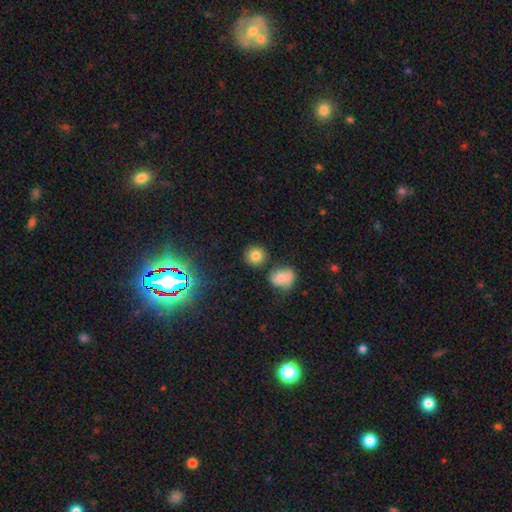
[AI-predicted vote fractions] Smooth or featured? Predicted: smooth (p=0.79). How rounded? Predicted: round (p=0.89). Merging? Predicted: none (p=0.80).